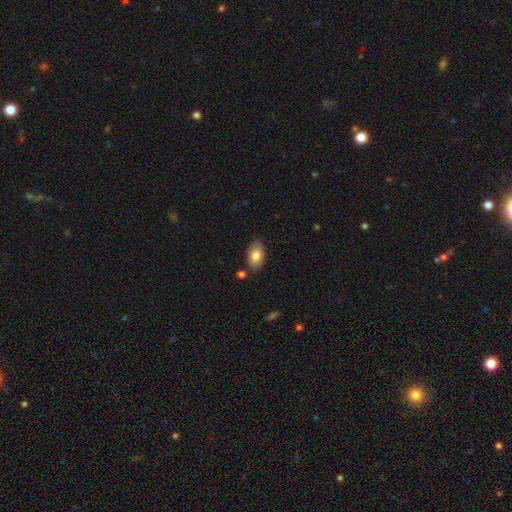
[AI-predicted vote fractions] This appears to be a smooth galaxy with no disk features (82%) that is in between round and cigar-shaped (93%). Merging: none (81%).